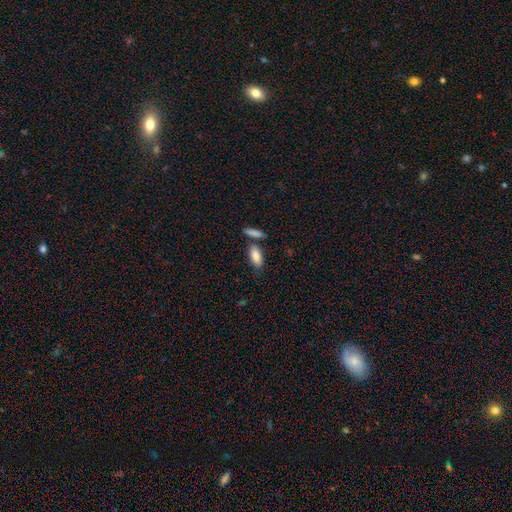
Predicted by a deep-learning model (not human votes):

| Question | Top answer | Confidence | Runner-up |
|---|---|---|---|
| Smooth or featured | smooth | 86% | featured or disk (8%) |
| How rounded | in between | 83% | cigar-shaped (14%) |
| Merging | none | 66% | merger (17%) |